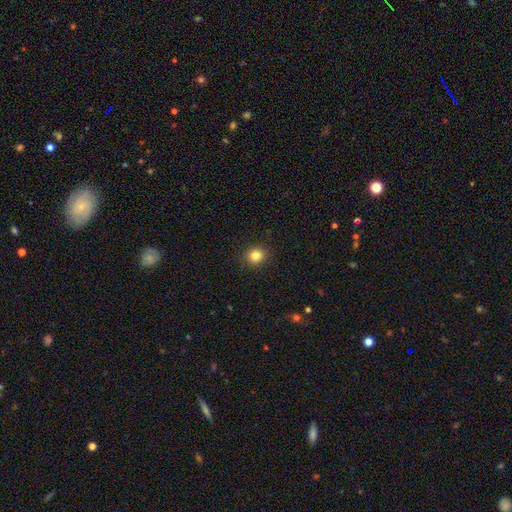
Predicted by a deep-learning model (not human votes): This is clearly a smooth galaxy (84%). How rounded: clearly round (85%). Merging: clearly none (91%).